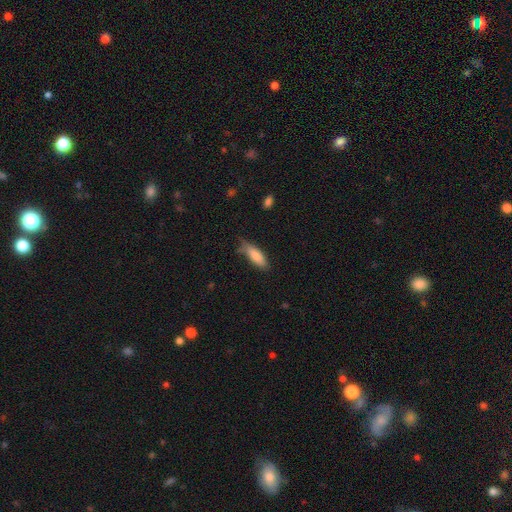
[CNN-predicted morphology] This appears to be a smooth galaxy with no disk features (83%) that is in between round and cigar-shaped (54%). Merging: none (63%).